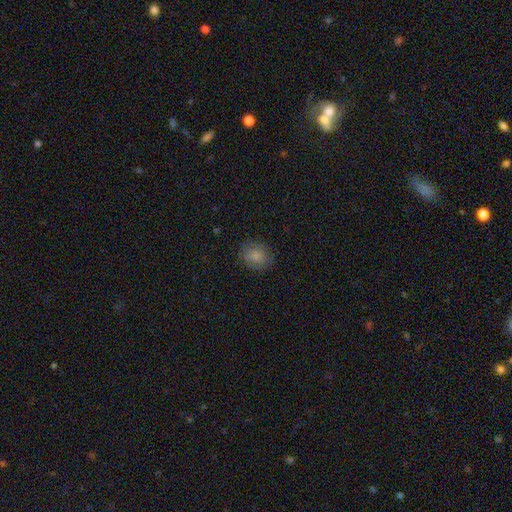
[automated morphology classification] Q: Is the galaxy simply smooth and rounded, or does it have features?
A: smooth — 82%.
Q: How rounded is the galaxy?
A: round — 66%.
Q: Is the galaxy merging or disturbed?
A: none — 82%.